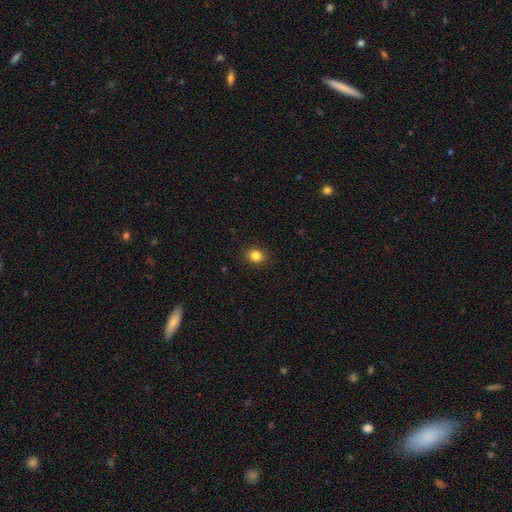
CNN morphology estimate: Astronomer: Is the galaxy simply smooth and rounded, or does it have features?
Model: smooth — 84%.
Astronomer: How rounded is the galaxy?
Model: round — 67%.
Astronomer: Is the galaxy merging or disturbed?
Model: none — 91%.